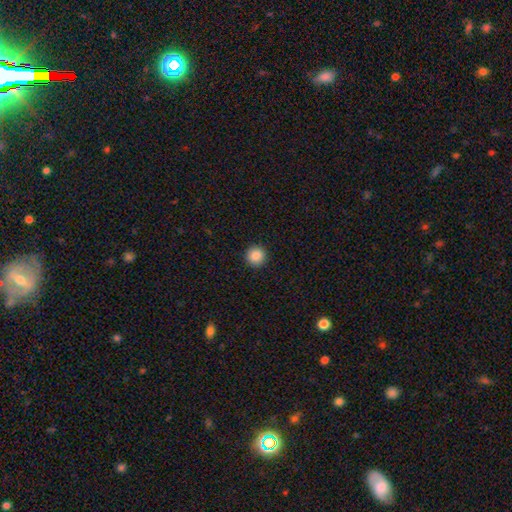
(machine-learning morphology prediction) Smooth or featured? smooth (88%)
How rounded? round (95%)
Merging? none (93%)